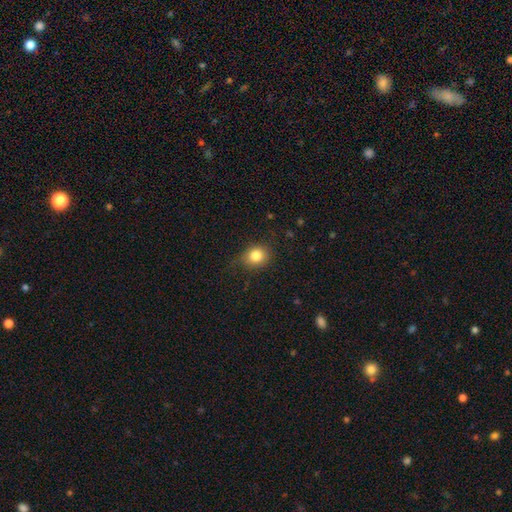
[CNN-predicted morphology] Smooth or featured?
  - smooth: 82% *
  - star or artifact: 11%
  - featured or disk: 7%
How rounded?
  - round: 68% *
  - in between: 31%
  - cigar-shaped: 1%
Merging?
  - none: 77% *
  - minor disturbance: 18%
  - major disturbance: 4%
  - merger: 1%